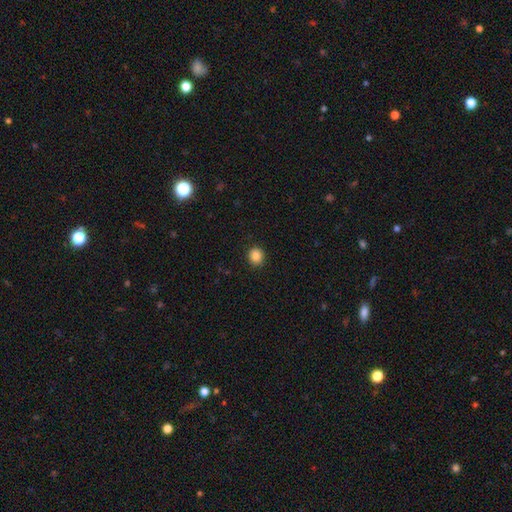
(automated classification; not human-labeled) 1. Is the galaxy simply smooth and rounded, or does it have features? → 86% smooth, 10% star or artifact, 4% featured or disk.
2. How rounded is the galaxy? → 86% round, 13% in between, 1% cigar-shaped.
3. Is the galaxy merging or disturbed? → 92% none, 6% minor disturbance, 2% major disturbance, 1% merger.